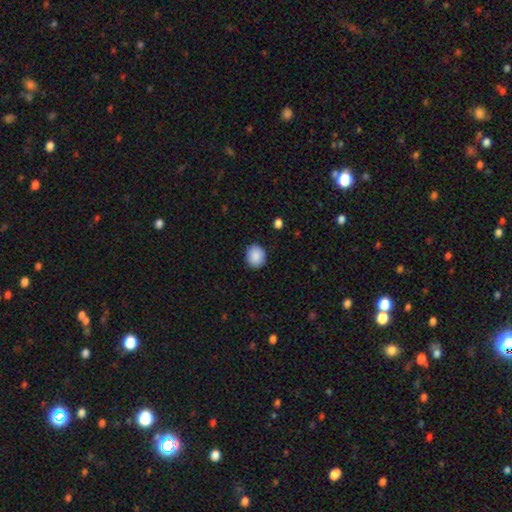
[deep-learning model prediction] This is clearly a smooth galaxy (89%). How rounded: likely round (68%). Merging: clearly none (88%).